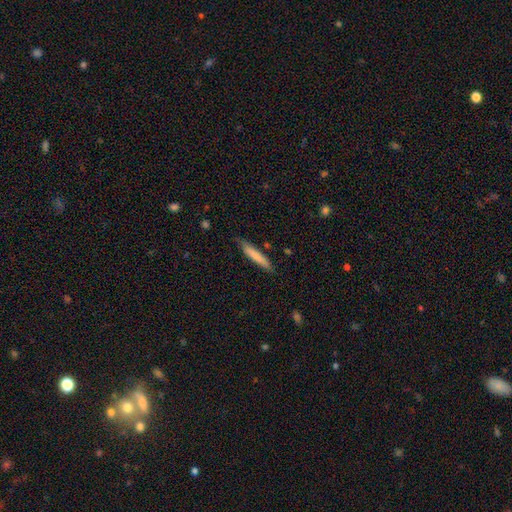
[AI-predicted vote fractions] smooth 75%, featured or disk 19%, star or artifact 6%. Down the decision tree: how rounded — cigar-shaped (92%); merging — none (78%).